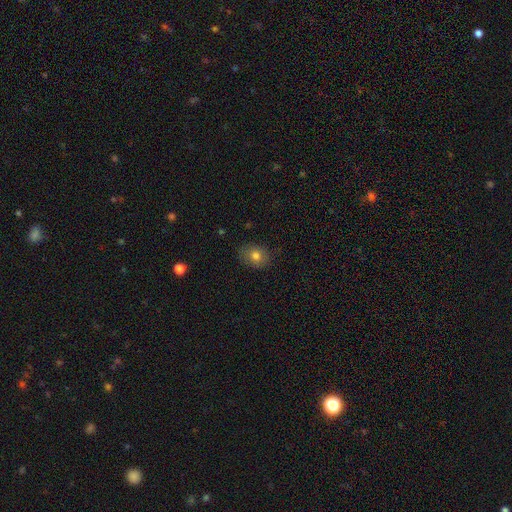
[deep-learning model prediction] Q: Smooth or featured?
A: smooth (77%); runner-up: featured or disk (12%)
Q: How rounded?
A: in between (50%); runner-up: round (49%)
Q: Merging?
A: none (82%); runner-up: minor disturbance (13%)